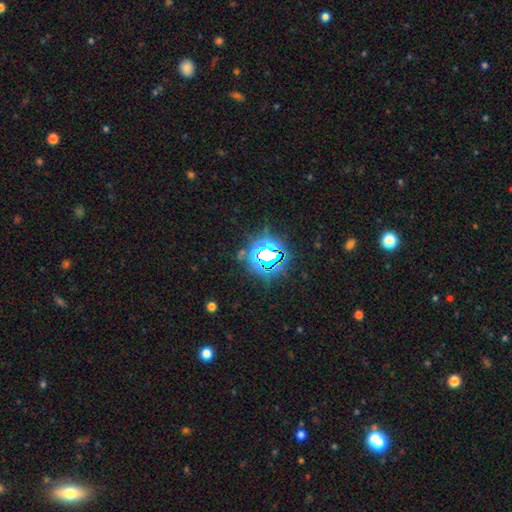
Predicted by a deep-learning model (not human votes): Smooth or featured?
  - star or artifact: 79% *
  - smooth: 13%
  - featured or disk: 7%